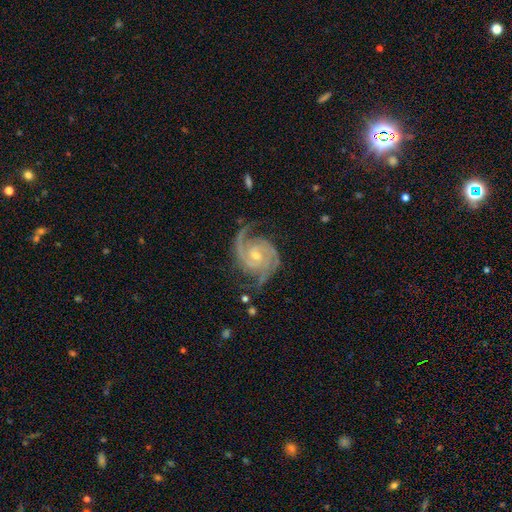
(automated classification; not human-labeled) A featured or disk galaxy (92%) with no bar (63%), 2 (62%) tight (49%) spiral arms (99%) and a small central bulge (55%).

Vote fractions:
- Smooth or featured? featured or disk: 92% / star or artifact: 5% / smooth: 3%
- Edge-on disk? no: 98% / yes: 2%
- Bar? no: 63% / weak: 29% / strong: 8%
- Spiral arms? yes: 99% / no: 1%
- Spiral winding? tight: 49% / medium: 44% / loose: 7%
- Spiral arm count? 2: 62% / 3: 23% / can't tell: 5% / 4: 4% / 1: 3% / more than 4: 3%
- Bulge size? small: 55% / moderate: 42% / none: 1% / large: 1% / dominant: 1%
- Merging? none: 72% / minor disturbance: 19% / major disturbance: 8% / merger: 2%